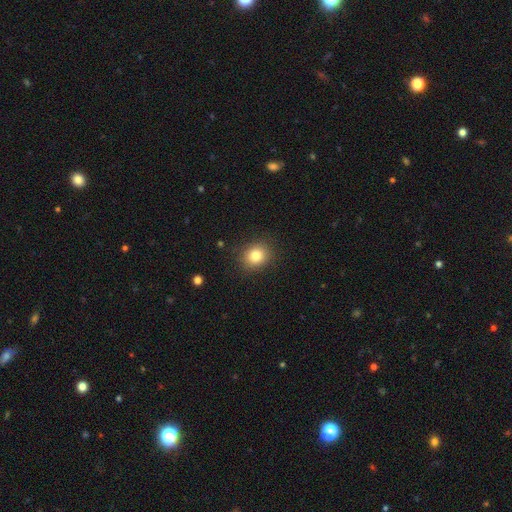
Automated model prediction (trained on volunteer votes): Smooth or featured?
  - smooth: 82% *
  - star or artifact: 11%
  - featured or disk: 7%
How rounded?
  - round: 72% *
  - in between: 27%
  - cigar-shaped: 1%
Merging?
  - none: 88% *
  - minor disturbance: 9%
  - major disturbance: 3%
  - merger: 1%